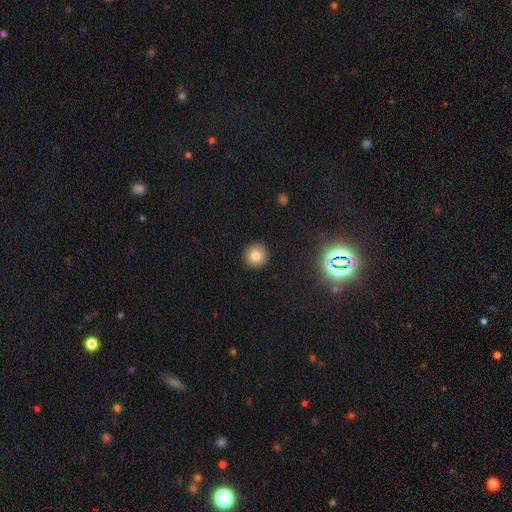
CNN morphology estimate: Smooth or featured: smooth — 80% (star or artifact — 12%)
How rounded: round — 94% (in between — 5%)
Merging: none — 93% (minor disturbance — 5%)